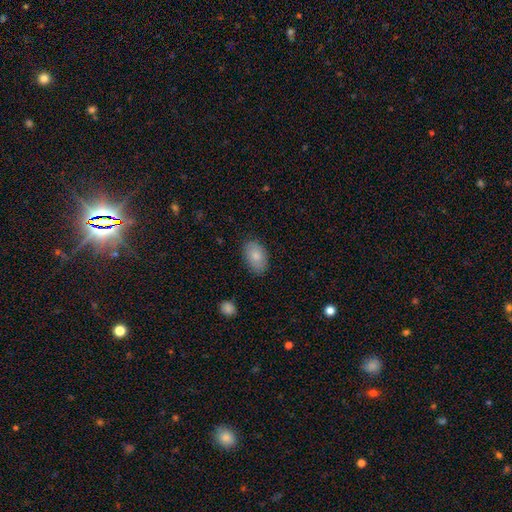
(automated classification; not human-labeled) This is clearly a smooth galaxy (84%). How rounded: clearly in between (91%). Merging: clearly none (84%).